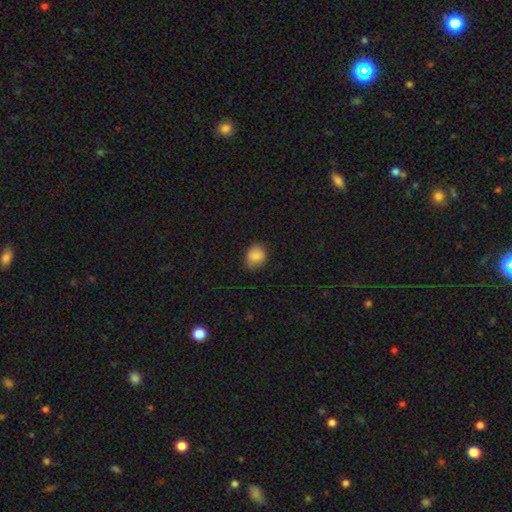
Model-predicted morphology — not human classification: This appears to be a smooth galaxy with no disk features (84%) that is round (53%). Merging: none (75%).